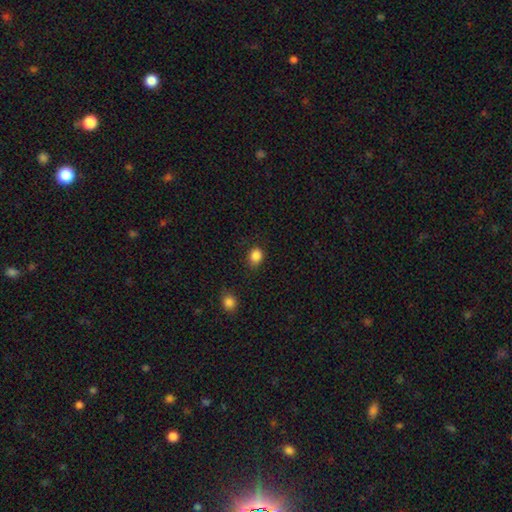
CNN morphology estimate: type=smooth (85%); roundness=round (61%); merging=none (77%).